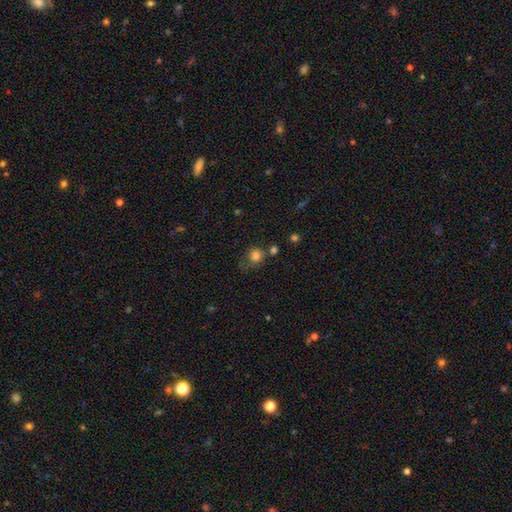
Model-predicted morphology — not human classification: Overall: smooth (80%). How rounded: round (78%). Merging: none (52%; minor disturbance 22%).